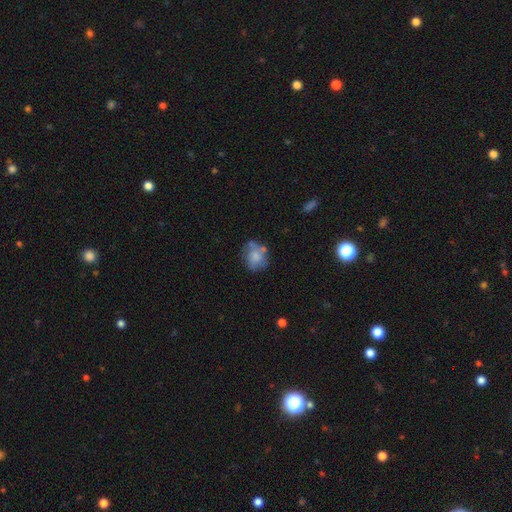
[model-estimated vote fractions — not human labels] Smooth or featured? smooth (65%)
How rounded? round (62%)
Merging? none (49%)